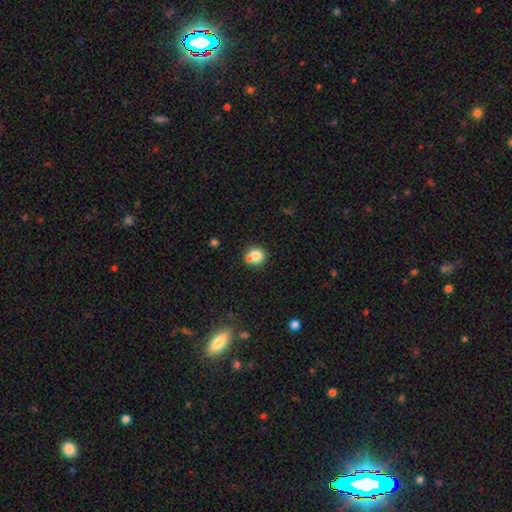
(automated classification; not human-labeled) The model was most divided on "merging": none: 53%, merger: 32%, minor disturbance: 11%, major disturbance: 3%. More confident: how rounded — round (85%); smooth or featured — smooth (77%).